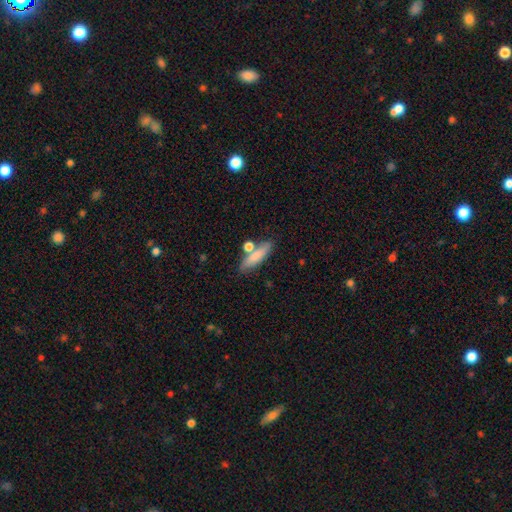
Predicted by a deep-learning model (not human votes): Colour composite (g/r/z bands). It shows a smooth galaxy with no disk features (76%) that is cigar-shaped (60%). Merging: none (64%).